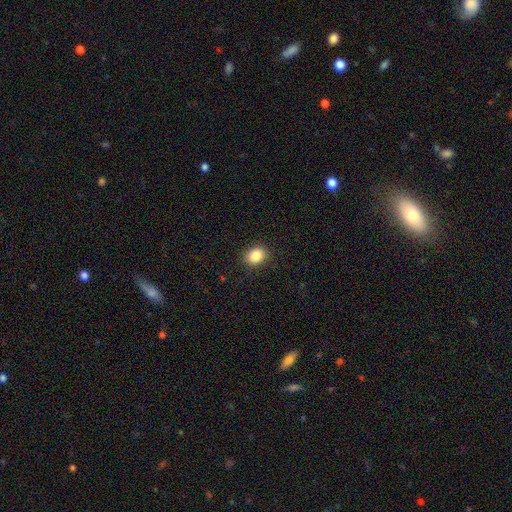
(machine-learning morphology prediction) The model was most divided on "how rounded": round: 54%, in between: 45%, cigar-shaped: 1%. More confident: merging — none (89%); smooth or featured — smooth (86%).